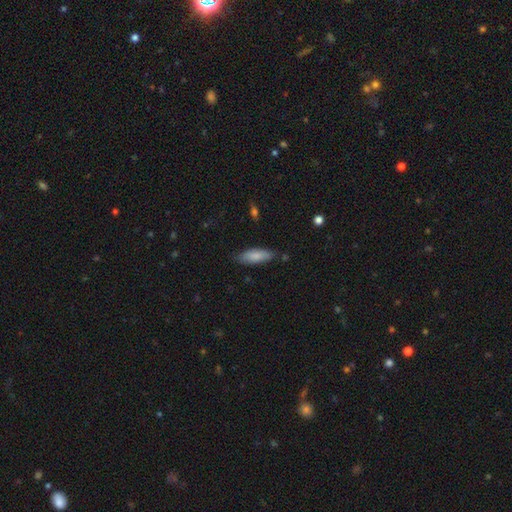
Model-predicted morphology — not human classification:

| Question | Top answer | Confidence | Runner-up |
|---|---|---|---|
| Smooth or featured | smooth | 84% | featured or disk (11%) |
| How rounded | in between | 60% | cigar-shaped (38%) |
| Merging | none | 79% | minor disturbance (16%) |